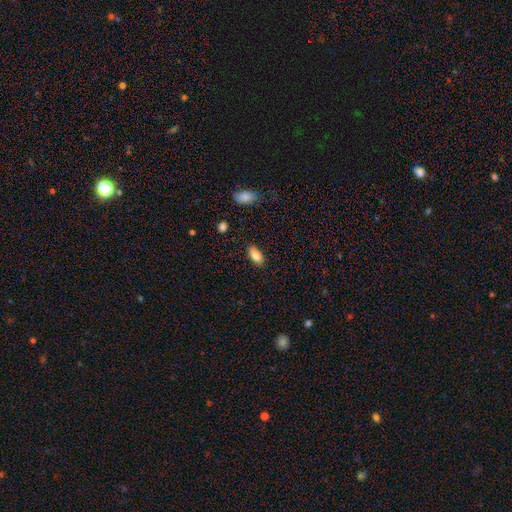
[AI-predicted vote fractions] smooth 82%, featured or disk 11%, star or artifact 7%. Down the decision tree: how rounded — in between (87%); merging — none (86%).